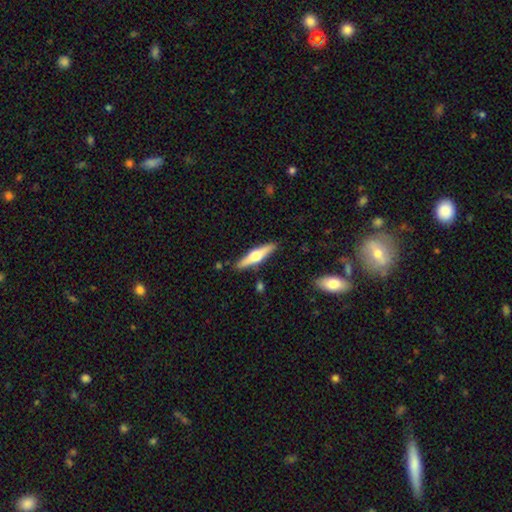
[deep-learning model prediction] This is likely a featured or disk galaxy (61%). It is clearly viewed edge-on (96%). Edge-on bulge: clearly rounded (94%). Merging: clearly none (88%).